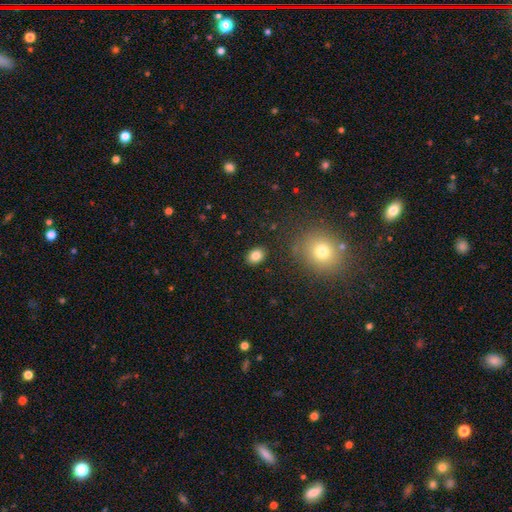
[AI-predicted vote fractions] smooth_or_featured: smooth (p=0.83) [alt: star or artifact p=0.10]
how_rounded: in between (p=0.62) [alt: round p=0.37]
merging: none (p=0.87) [alt: minor disturbance p=0.08]